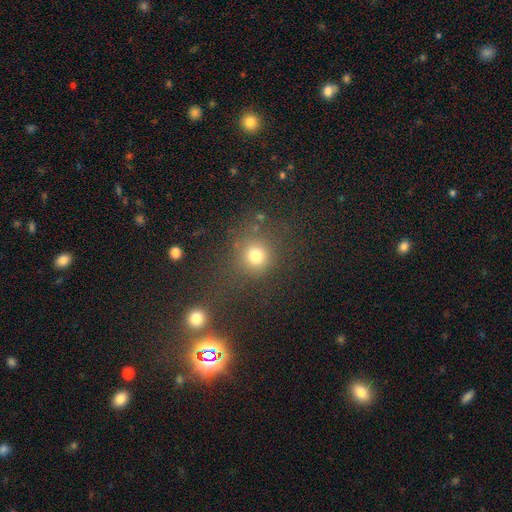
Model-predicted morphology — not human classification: Smooth or featured? Predicted: smooth (p=0.74). How rounded? Predicted: round (p=0.87). Merging? Predicted: none (p=0.69).